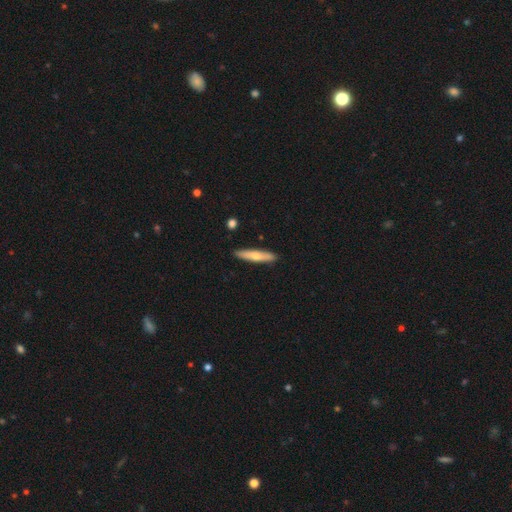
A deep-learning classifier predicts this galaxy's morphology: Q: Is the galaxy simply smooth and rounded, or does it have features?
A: smooth — 60%.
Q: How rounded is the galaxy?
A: cigar-shaped — 85%.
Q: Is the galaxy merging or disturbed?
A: none — 88%.